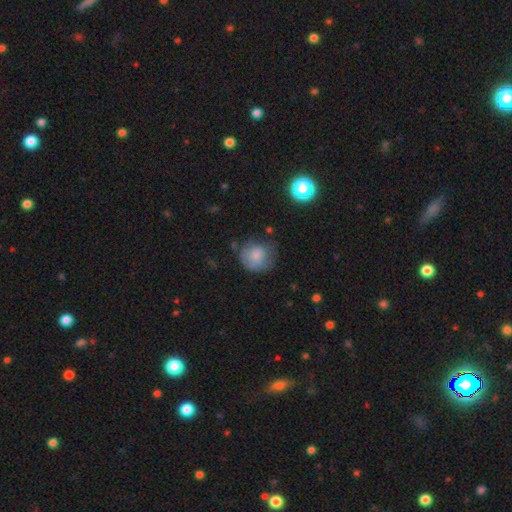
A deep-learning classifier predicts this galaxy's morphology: smooth-or-featured: smooth: 74% | featured or disk: 17% | star or artifact: 9%
  how-rounded: round: 85% | in between: 14% | cigar-shaped: 1%
  merging: none: 53% | minor disturbance: 30% | major disturbance: 14% | merger: 3%